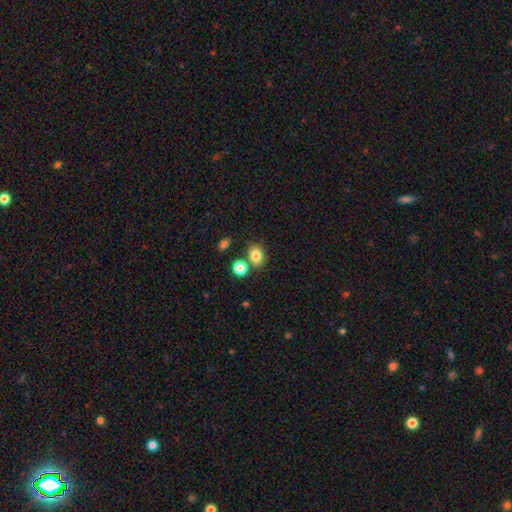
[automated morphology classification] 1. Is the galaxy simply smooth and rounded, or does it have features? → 82% smooth, 11% star or artifact, 7% featured or disk.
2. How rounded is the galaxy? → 54% in between, 45% round, 1% cigar-shaped.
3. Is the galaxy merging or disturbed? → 69% none, 17% merger, 11% minor disturbance, 3% major disturbance.